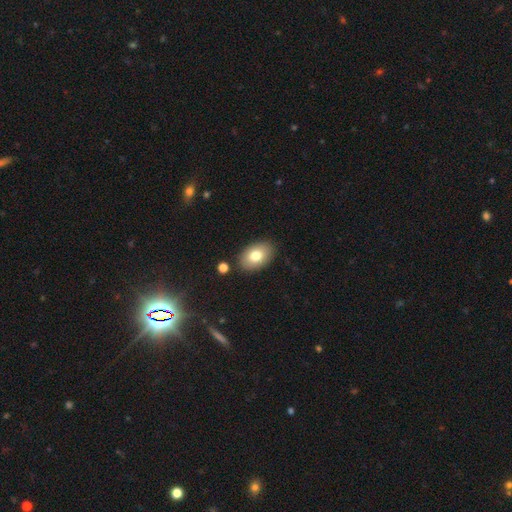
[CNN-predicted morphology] Smooth or featured?
  - smooth: 78% *
  - featured or disk: 14%
  - star or artifact: 8%
How rounded?
  - in between: 88% *
  - round: 11%
  - cigar-shaped: 1%
Merging?
  - none: 87% *
  - minor disturbance: 9%
  - merger: 2%
  - major disturbance: 2%